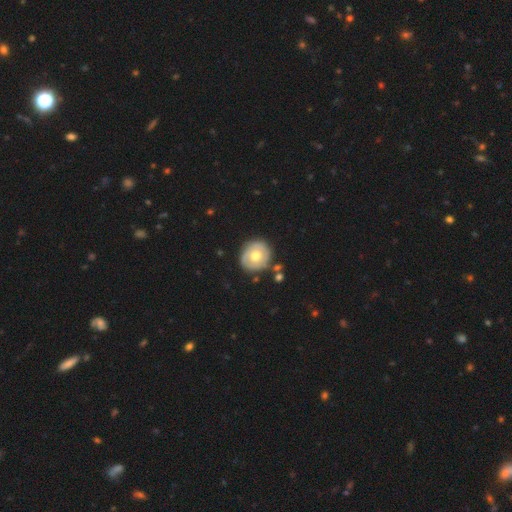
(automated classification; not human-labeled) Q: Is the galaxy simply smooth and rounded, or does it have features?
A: smooth — 49%.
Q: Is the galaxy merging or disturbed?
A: none — 80%.